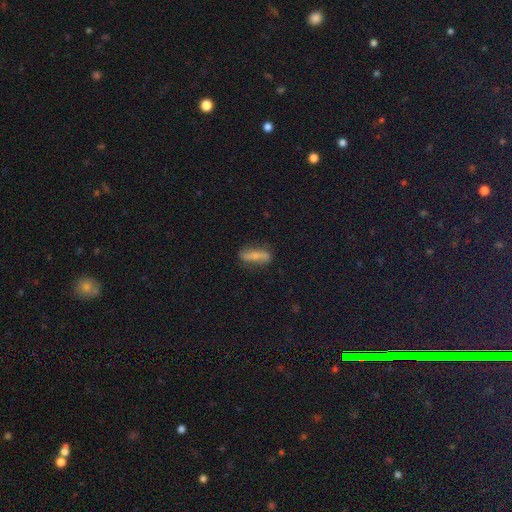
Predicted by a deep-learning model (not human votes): A smooth galaxy with no disk features (54%) that is cigar-shaped (50%). Merging: none (73%).